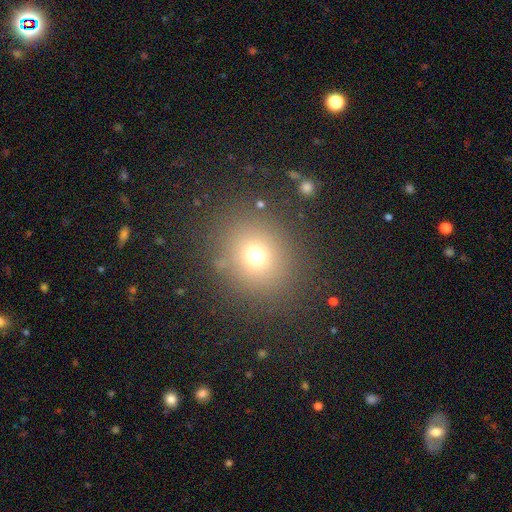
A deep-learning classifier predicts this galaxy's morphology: A smooth galaxy with no disk features (68%) that is round (79%).

Vote fractions:
- Smooth or featured? smooth: 68% / star or artifact: 22% / featured or disk: 9%
- How rounded? round: 79% / in between: 19% / cigar-shaped: 1%
- Merging? none: 83% / minor disturbance: 9% / major disturbance: 6% / merger: 3%